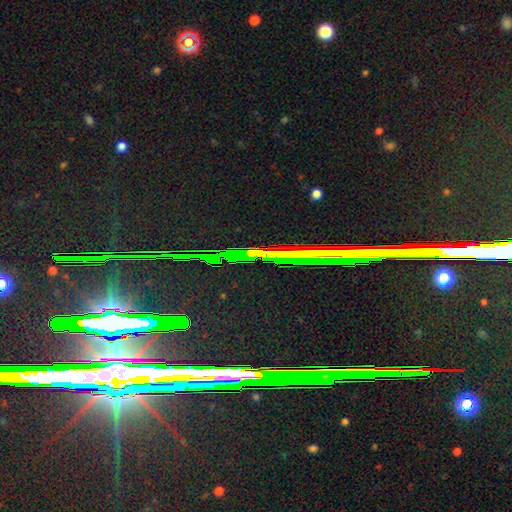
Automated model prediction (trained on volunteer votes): Smooth or featured: star or artifact — 82% (featured or disk — 11%)